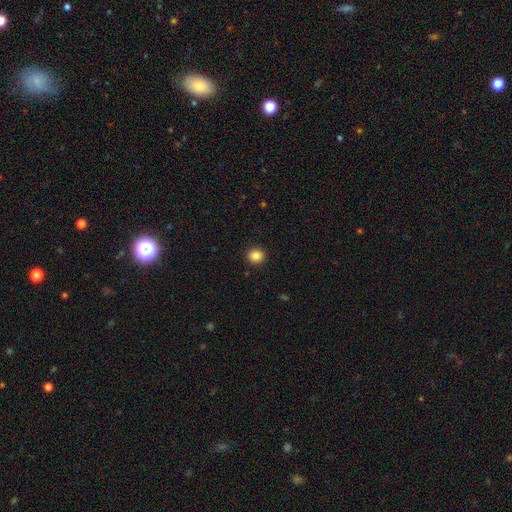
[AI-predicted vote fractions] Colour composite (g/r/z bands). It shows a smooth galaxy with no disk features (86%) that is round (87%). Merging: none (92%).